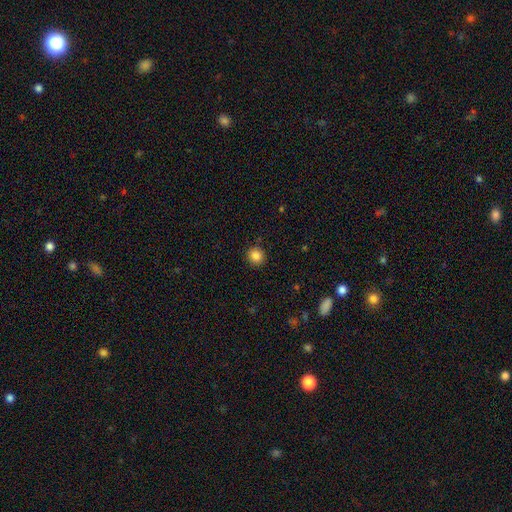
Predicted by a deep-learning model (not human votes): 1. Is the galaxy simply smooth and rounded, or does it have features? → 84% smooth, 11% star or artifact, 5% featured or disk.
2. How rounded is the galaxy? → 90% round, 9% in between, 1% cigar-shaped.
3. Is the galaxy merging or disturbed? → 91% none, 6% minor disturbance, 2% major disturbance, 1% merger.